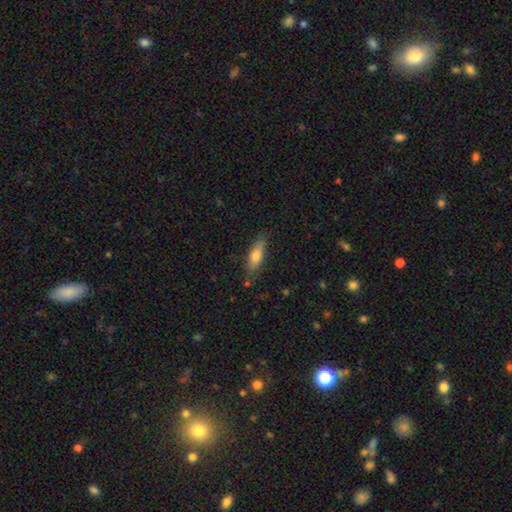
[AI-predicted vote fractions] smooth-or-featured: smooth: 71% | featured or disk: 22% | star or artifact: 7%
  how-rounded: cigar-shaped: 49% | in between: 48% | round: 2%
  merging: none: 78% | minor disturbance: 16% | major disturbance: 3% | merger: 2%